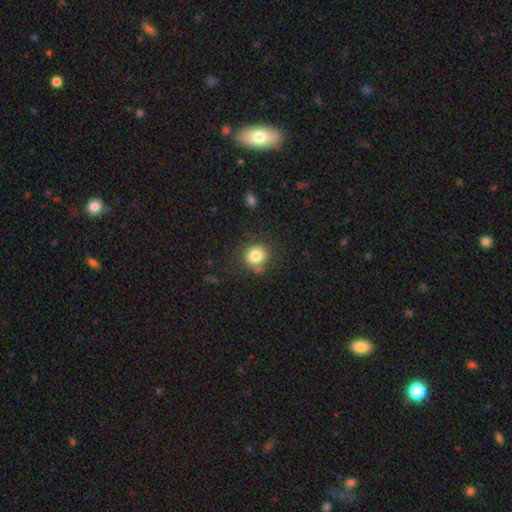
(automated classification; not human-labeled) Overall: smooth (81%). How rounded: round (85%). Merging: none (76%).